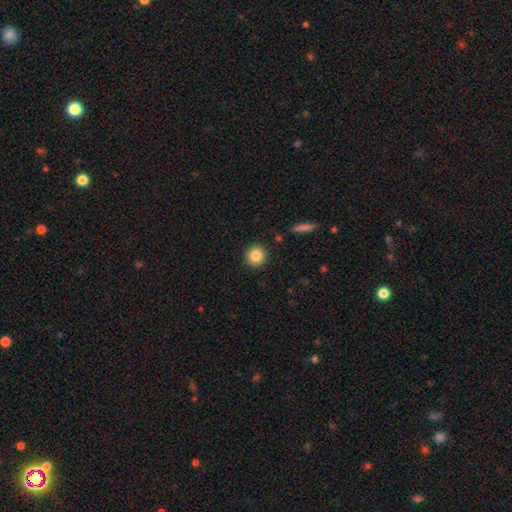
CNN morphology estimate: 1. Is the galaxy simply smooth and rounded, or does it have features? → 85% smooth, 9% star or artifact, 6% featured or disk.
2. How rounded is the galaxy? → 91% round, 8% in between, 1% cigar-shaped.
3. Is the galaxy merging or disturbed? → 91% none, 6% minor disturbance, 2% major disturbance, 1% merger.